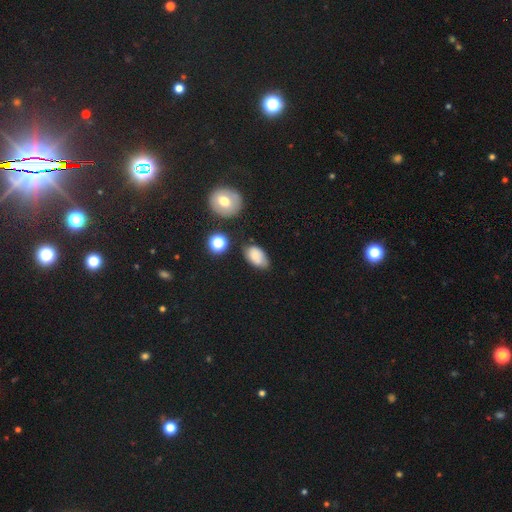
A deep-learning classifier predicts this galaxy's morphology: A smooth galaxy with no disk features (77%) that is in between round and cigar-shaped (89%). Merging: none (61%).